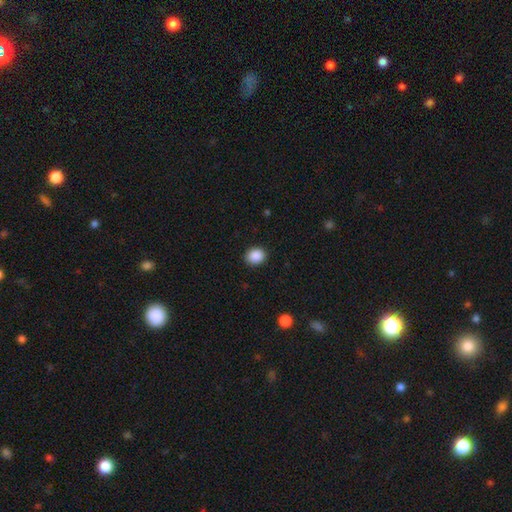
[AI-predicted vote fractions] Morphology: type=smooth (89%); roundness=round (66%); merging=none (89%).